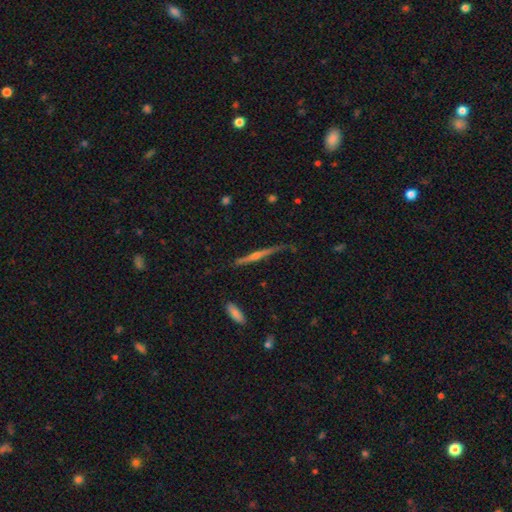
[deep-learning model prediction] A featured or disk galaxy (74%) viewed edge-on (97%) with a rounded central bulge (77%). Merging: none (80%).